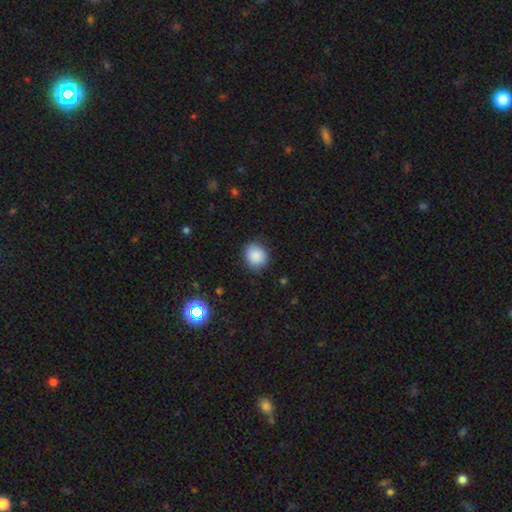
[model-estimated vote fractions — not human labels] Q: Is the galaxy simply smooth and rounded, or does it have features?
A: smooth — 87%.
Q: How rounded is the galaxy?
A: round — 75%.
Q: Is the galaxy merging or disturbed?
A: none — 85%.